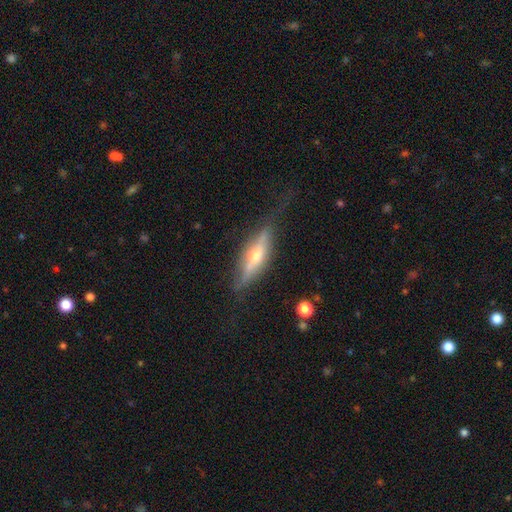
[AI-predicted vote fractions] Smooth or featured?
  - featured or disk: 70% *
  - smooth: 23%
  - star or artifact: 7%
Edge-on disk?
  - yes: 92% *
  - no: 8%
Edge-on bulge?
  - rounded: 88% *
  - boxy: 7%
  - none: 5%
Merging?
  - none: 69% *
  - minor disturbance: 21%
  - major disturbance: 8%
  - merger: 2%